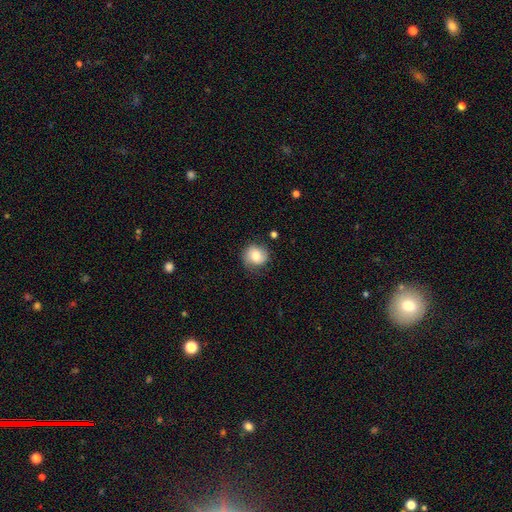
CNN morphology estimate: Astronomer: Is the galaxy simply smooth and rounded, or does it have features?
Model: smooth — 70%.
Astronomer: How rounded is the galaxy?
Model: round — 83%.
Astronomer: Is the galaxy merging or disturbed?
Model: none — 72%.